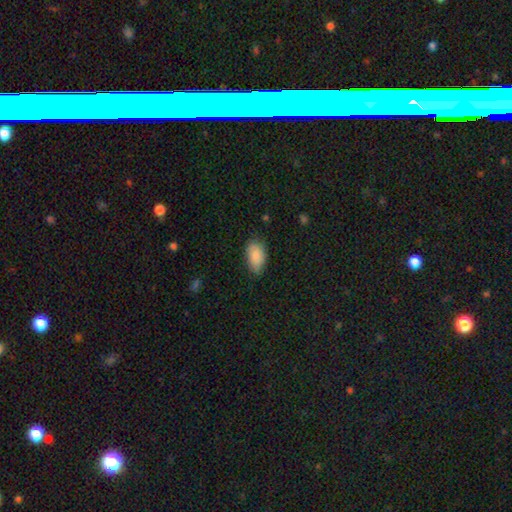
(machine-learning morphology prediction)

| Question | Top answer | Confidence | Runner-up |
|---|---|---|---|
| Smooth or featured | smooth | 86% | featured or disk (7%) |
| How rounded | in between | 93% | round (4%) |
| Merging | none | 73% | minor disturbance (22%) |